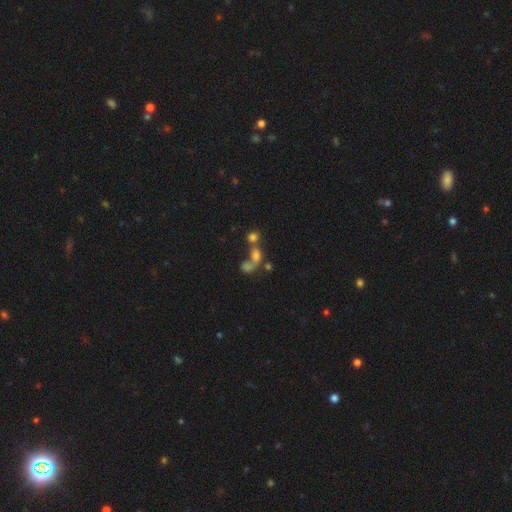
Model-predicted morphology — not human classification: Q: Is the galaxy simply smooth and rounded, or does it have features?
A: smooth — 59%.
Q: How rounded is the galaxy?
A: round — 49%.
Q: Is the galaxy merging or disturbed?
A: merger — 58%.